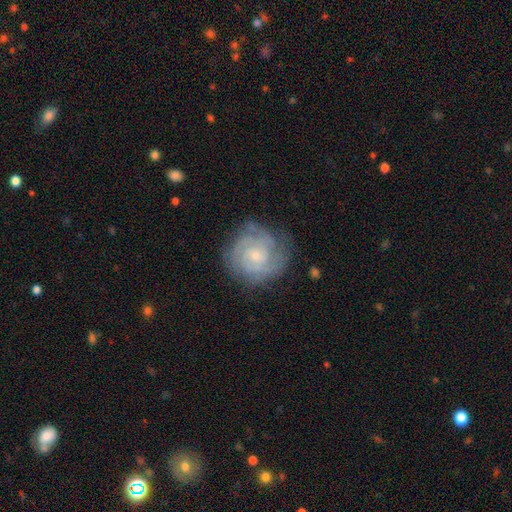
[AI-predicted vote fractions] A featured or disk galaxy (79%) with no bar (67%), tight (71%) spiral arms (95%) and a small central bulge (66%). Merging: none (75%).